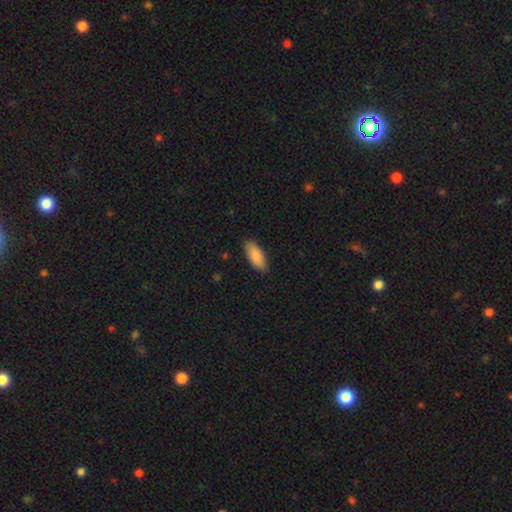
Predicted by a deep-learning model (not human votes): A smooth galaxy with no disk features (89%) that is in between round and cigar-shaped (83%). Merging: none (85%).